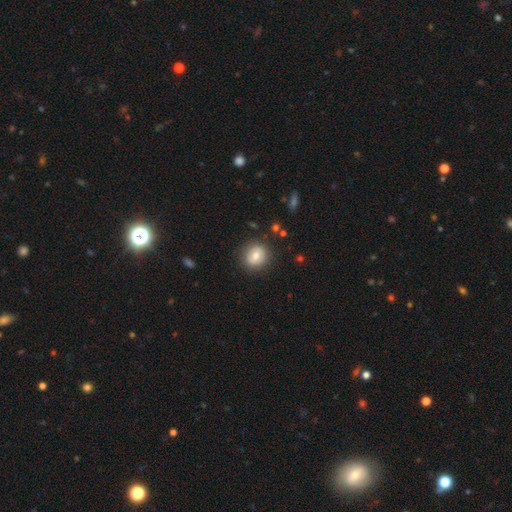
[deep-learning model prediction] smooth-or-featured: smooth: 71% | featured or disk: 20% | star or artifact: 9%
  how-rounded: round: 86% | in between: 13% | cigar-shaped: 1%
  merging: none: 87% | minor disturbance: 9% | major disturbance: 3% | merger: 1%